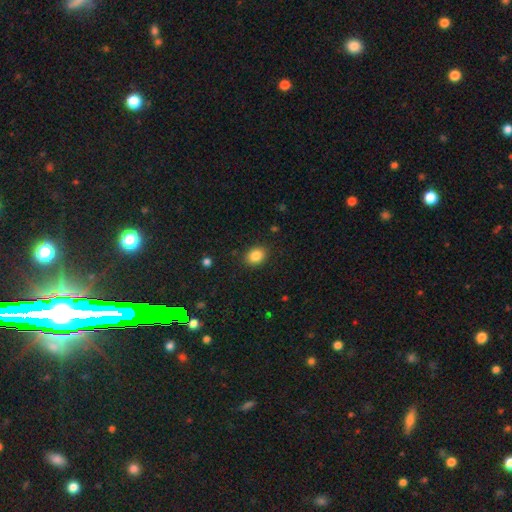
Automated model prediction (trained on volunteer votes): A smooth galaxy with no disk features (85%) that is in between round and cigar-shaped (50%).

Vote fractions:
- Smooth or featured? smooth: 85% / star or artifact: 10% / featured or disk: 5%
- How rounded? in between: 50% / round: 49% / cigar-shaped: 1%
- Merging? none: 88% / minor disturbance: 8% / major disturbance: 2% / merger: 1%